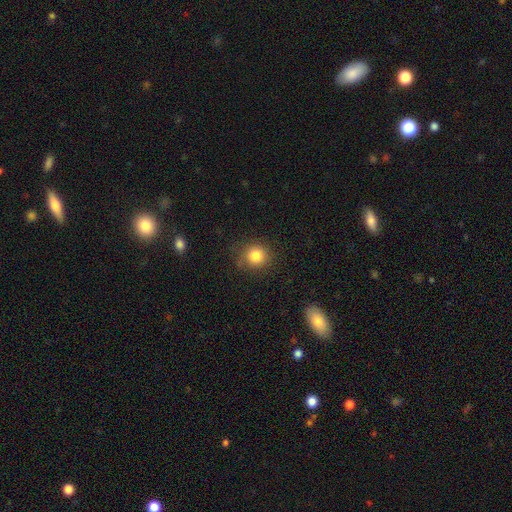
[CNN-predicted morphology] type=smooth (83%); roundness=round (87%); merging=none (80%).